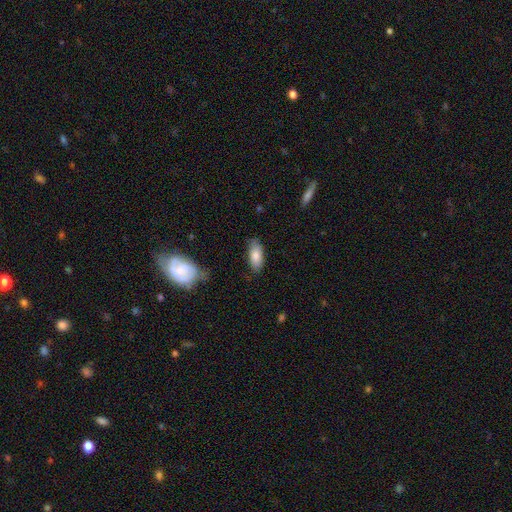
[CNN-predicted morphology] A smooth galaxy with no disk features (82%) that is in between round and cigar-shaped (83%).

Vote fractions:
- Smooth or featured? smooth: 82% / featured or disk: 11% / star or artifact: 7%
- How rounded? in between: 83% / cigar-shaped: 15% / round: 2%
- Merging? none: 75% / minor disturbance: 19% / major disturbance: 4% / merger: 2%